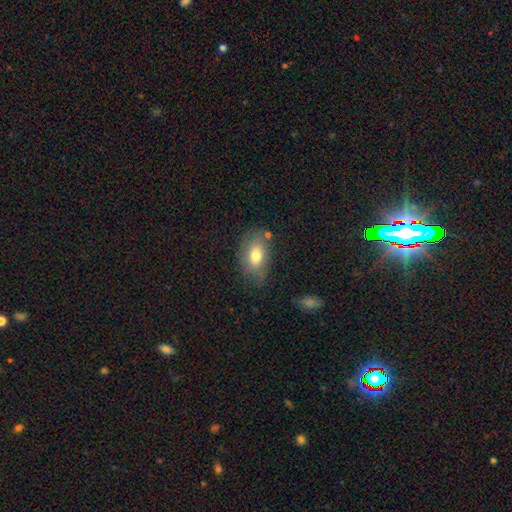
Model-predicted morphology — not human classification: Overall: smooth (74%). How rounded: in between (89%). Merging: none (69%).